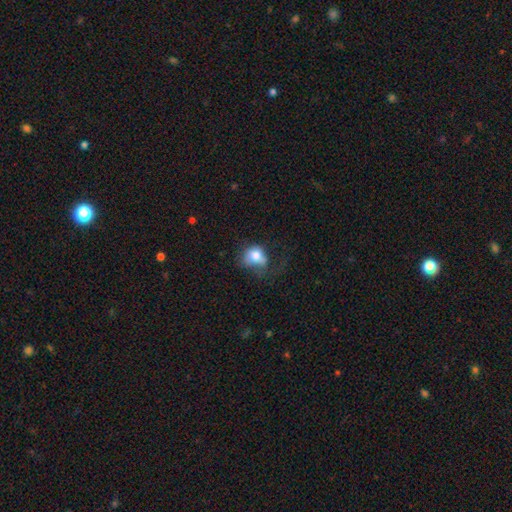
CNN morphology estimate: Smooth or featured? smooth (74%)
How rounded? round (52%)
Merging? major disturbance (33%, tied with none)